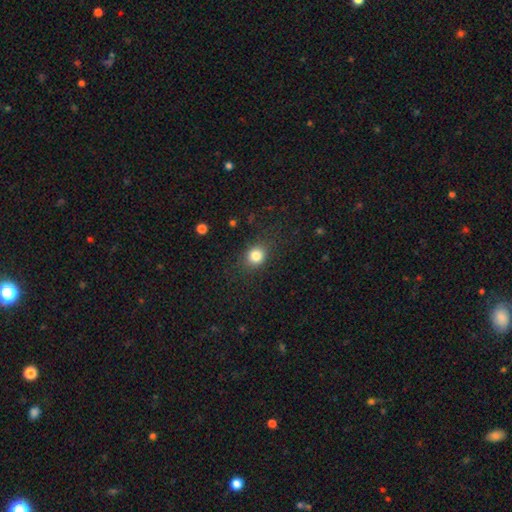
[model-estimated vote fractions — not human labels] Smooth or featured? smooth (83%)
How rounded? round (72%)
Merging? none (82%)